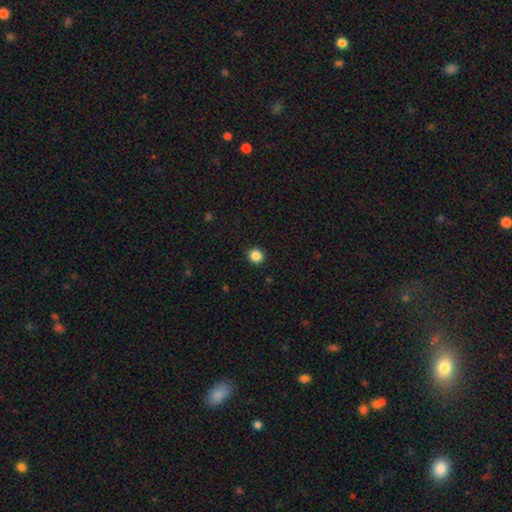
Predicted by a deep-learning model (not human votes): Smooth or featured? Predicted: smooth (p=0.86). How rounded? Predicted: round (p=0.92). Merging? Predicted: none (p=0.93).